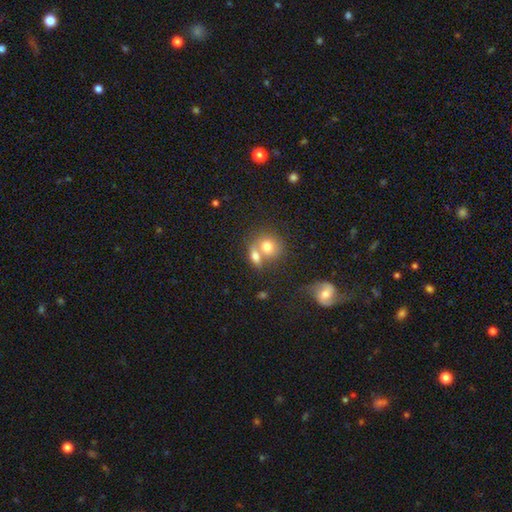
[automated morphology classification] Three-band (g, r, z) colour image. It shows a smooth galaxy with no disk features (57%) that is round (84%). Merging: none (47%).